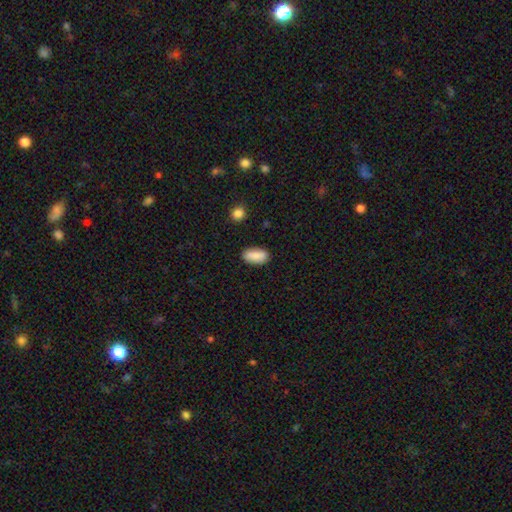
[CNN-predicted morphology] A smooth galaxy with no disk features (89%) that is in between round and cigar-shaped (91%). Merging: none (85%).